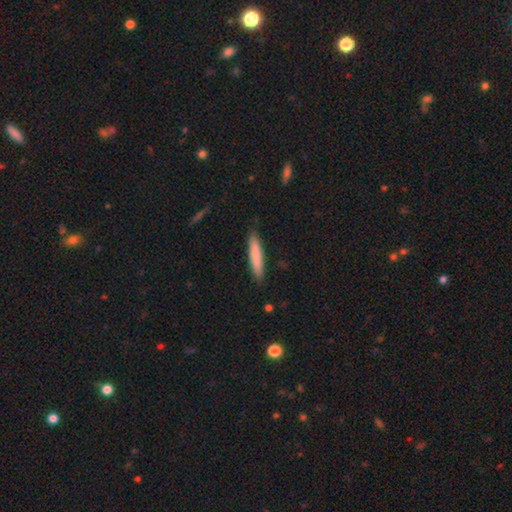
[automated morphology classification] Smooth or featured? Predicted: smooth (p=0.79). How rounded? Predicted: cigar-shaped (p=0.91). Merging? Predicted: none (p=0.88).